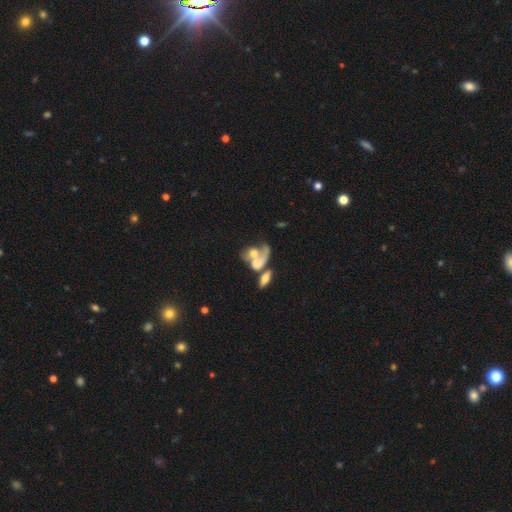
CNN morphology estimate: smooth-or-featured: featured or disk: 50% | smooth: 41% | star or artifact: 10%
  merging: merger: 60% | major disturbance: 18% | none: 14% | minor disturbance: 7%